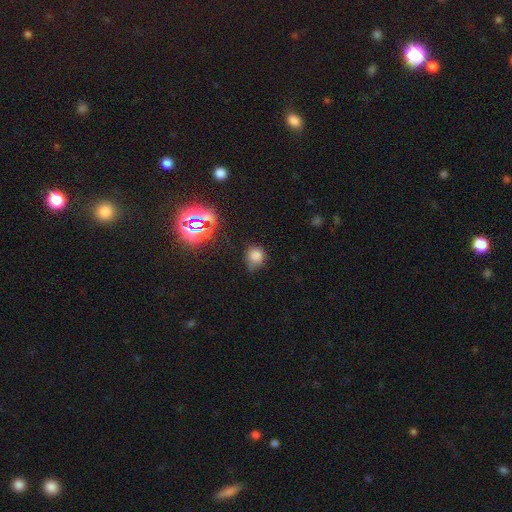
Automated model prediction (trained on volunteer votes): Smooth or featured?
  - smooth: 73% *
  - star or artifact: 20%
  - featured or disk: 6%
How rounded?
  - round: 83% *
  - in between: 16%
  - cigar-shaped: 1%
Merging?
  - none: 65% *
  - minor disturbance: 26%
  - major disturbance: 7%
  - merger: 3%